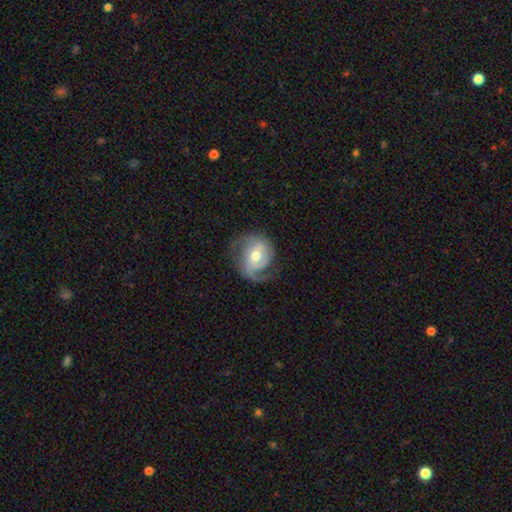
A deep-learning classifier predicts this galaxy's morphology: This appears to be a featured or disk galaxy (80%) with no bar (53%), 2 (69%) medium (44%) spiral arms (94%) and a moderate central bulge (72%). Merging: none (63%).